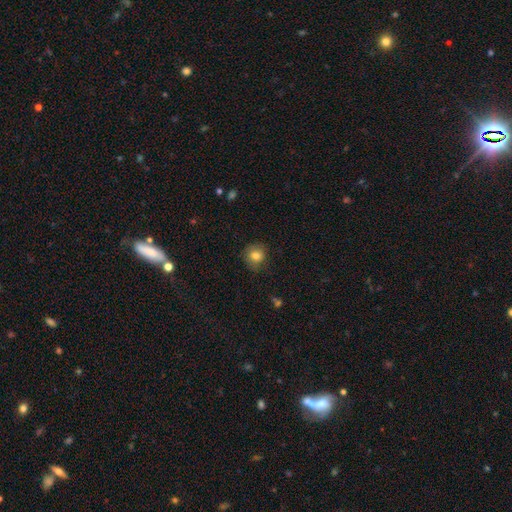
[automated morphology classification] The model was most divided on "merging": none: 77%, minor disturbance: 18%, major disturbance: 4%, merger: 1%. More confident: how rounded — round (86%); smooth or featured — smooth (81%).